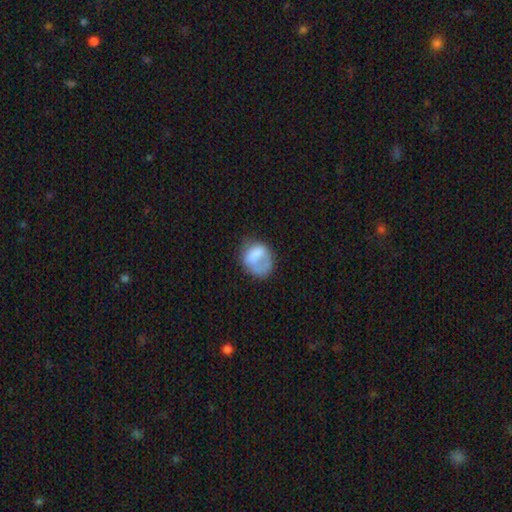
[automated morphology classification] smooth-or-featured: smooth: 66% | featured or disk: 26% | star or artifact: 8%
  how-rounded: round: 55% | in between: 44% | cigar-shaped: 1%
  merging: none: 37% | major disturbance: 31% | minor disturbance: 27% | merger: 5%